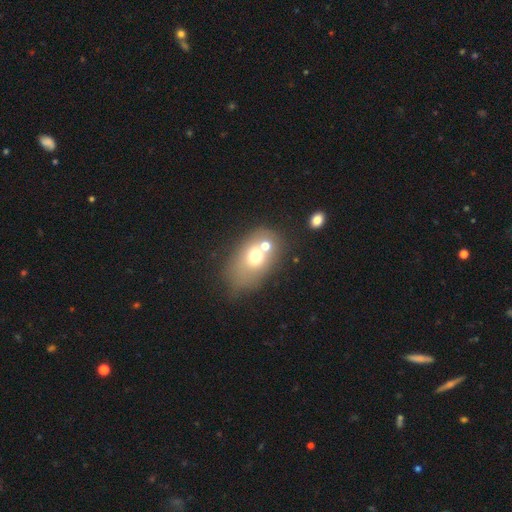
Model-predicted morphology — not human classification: smooth 63%, featured or disk 25%, star or artifact 12%. Down the decision tree: how rounded — in between (74%); merging — merger (39%).